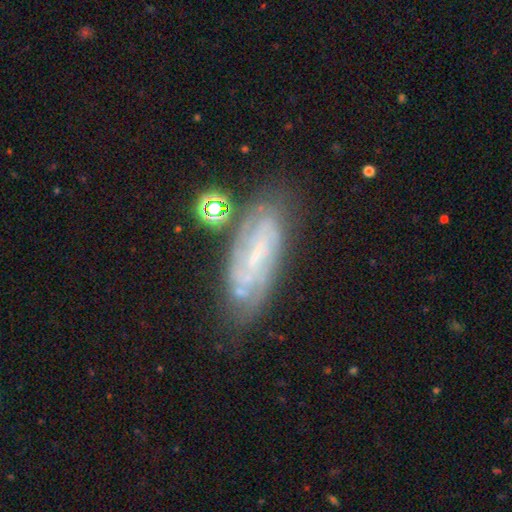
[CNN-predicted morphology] Q: Smooth or featured?
A: featured or disk (74%); runner-up: smooth (17%)
Q: Edge-on disk?
A: no (86%); runner-up: yes (14%)
Q: Bar?
A: weak (44%); runner-up: no (33%)
Q: Spiral arms?
A: yes (86%); runner-up: no (14%)
Q: Spiral winding?
A: tight (56%); runner-up: medium (33%)
Q: Spiral arm count?
A: can't tell (45%); runner-up: 2 (32%)
Q: Bulge size?
A: small (63%); runner-up: none (21%)
Q: Merging?
A: none (66%); runner-up: minor disturbance (21%)